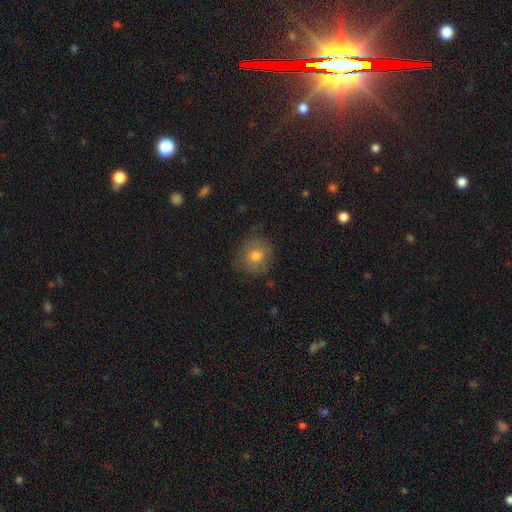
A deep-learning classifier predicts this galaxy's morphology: This appears to be a smooth galaxy with no disk features (72%) that is round (86%). Merging: none (79%).